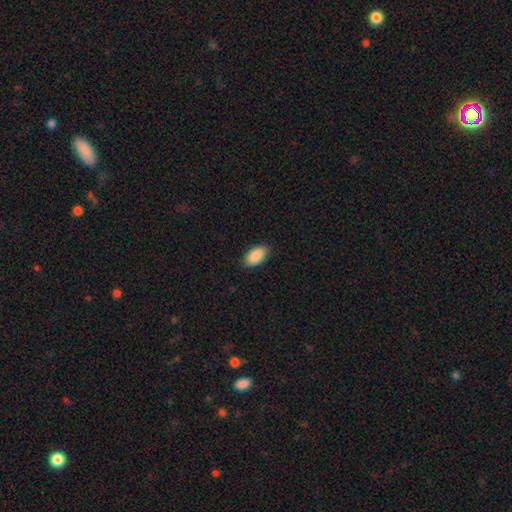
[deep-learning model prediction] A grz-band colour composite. It shows a smooth galaxy with no disk features (90%) that is in between round and cigar-shaped (95%). Merging: none (87%).